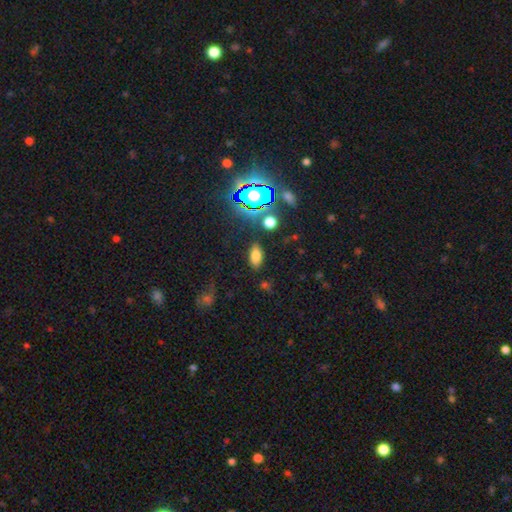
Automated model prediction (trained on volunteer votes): Smooth or featured?
  - smooth: 70% *
  - star or artifact: 19%
  - featured or disk: 11%
How rounded?
  - in between: 89% *
  - round: 6%
  - cigar-shaped: 5%
Merging?
  - none: 84% *
  - minor disturbance: 10%
  - major disturbance: 3%
  - merger: 3%